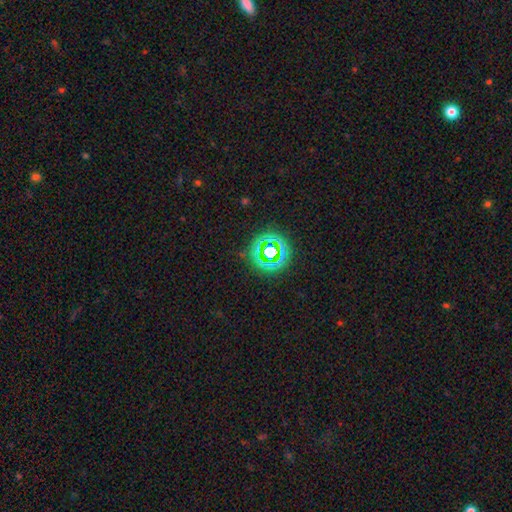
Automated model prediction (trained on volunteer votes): A smooth galaxy with no disk features (50%).

Vote fractions:
- Smooth or featured? smooth: 50% / star or artifact: 40% / featured or disk: 10%
- Merging? none: 90% / minor disturbance: 5% / merger: 3% / major disturbance: 2%